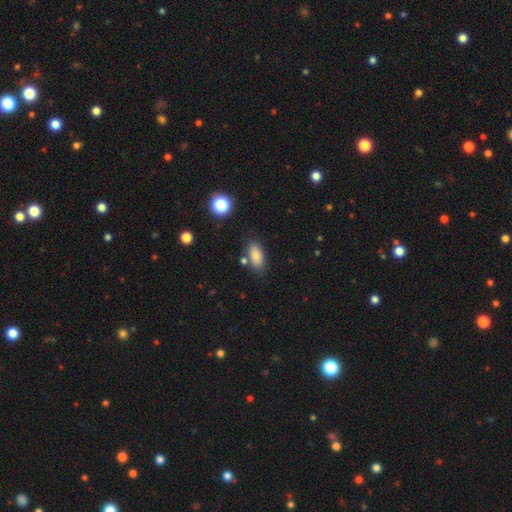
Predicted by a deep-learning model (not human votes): A smooth galaxy with no disk features (86%) that is in between round and cigar-shaped (87%). Merging: none (77%).